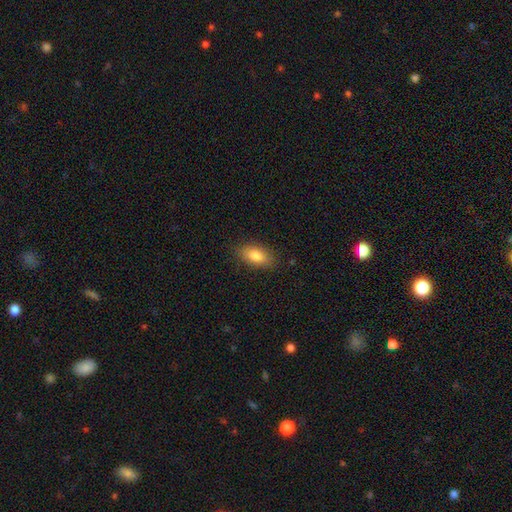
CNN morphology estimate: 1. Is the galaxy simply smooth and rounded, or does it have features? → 84% smooth, 9% featured or disk, 7% star or artifact.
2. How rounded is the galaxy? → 89% in between, 6% cigar-shaped, 4% round.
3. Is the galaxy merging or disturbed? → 85% none, 11% minor disturbance, 3% major disturbance, 1% merger.